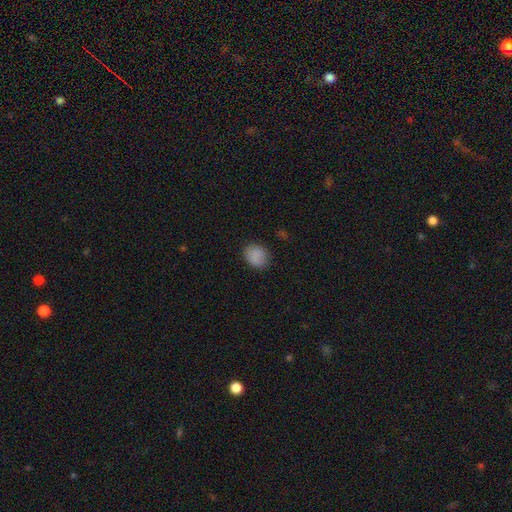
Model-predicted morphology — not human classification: Smooth or featured? smooth (86%)
How rounded? round (54%)
Merging? none (83%)